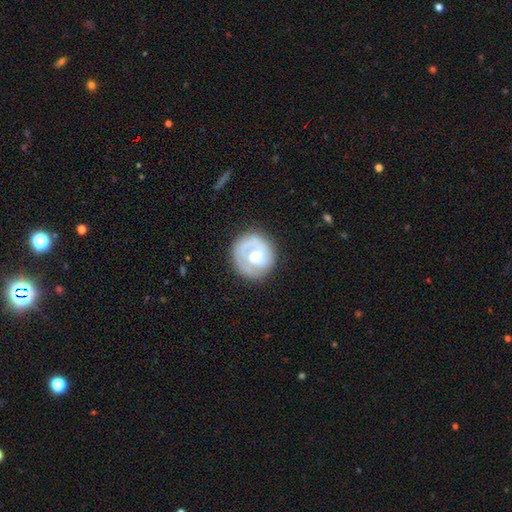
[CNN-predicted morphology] Smooth or featured?
  - featured or disk: 57% *
  - smooth: 38%
  - star or artifact: 5%
Edge-on disk?
  - no: 98% *
  - yes: 2%
Bar?
  - no: 66% *
  - weak: 28%
  - strong: 6%
Spiral arms?
  - yes: 61% *
  - no: 39%
Bulge size?
  - moderate: 59% *
  - small: 18%
  - large: 17%
  - none: 3%
  - dominant: 2%
Merging?
  - none: 71% *
  - minor disturbance: 17%
  - major disturbance: 10%
  - merger: 2%